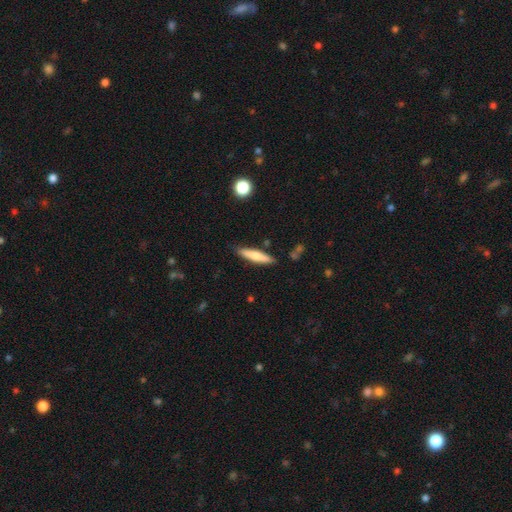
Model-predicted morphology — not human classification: smooth_or_featured: smooth (p=0.66) [alt: featured or disk p=0.28]
how_rounded: cigar-shaped (p=0.84) [alt: in between p=0.14]
merging: none (p=0.85) [alt: minor disturbance p=0.11]